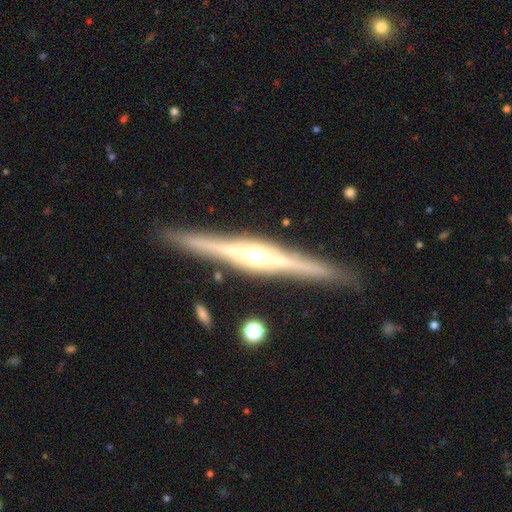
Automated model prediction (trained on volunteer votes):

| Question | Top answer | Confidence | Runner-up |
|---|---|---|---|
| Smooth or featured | featured or disk | 87% | smooth (8%) |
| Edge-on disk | yes | 98% | no (2%) |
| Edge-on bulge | rounded | 72% | boxy (23%) |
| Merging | none | 89% | minor disturbance (7%) |